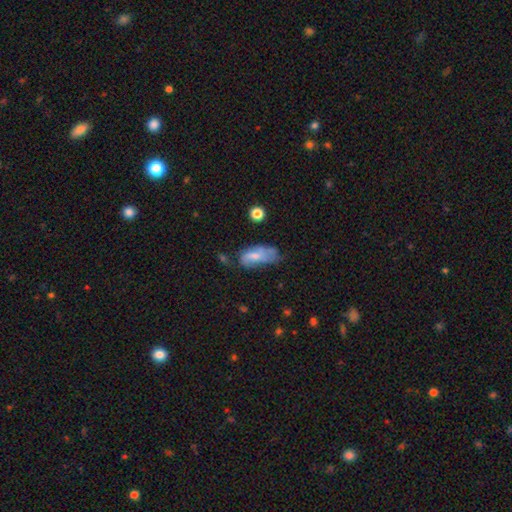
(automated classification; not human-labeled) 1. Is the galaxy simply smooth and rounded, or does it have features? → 54% smooth, 37% featured or disk, 9% star or artifact.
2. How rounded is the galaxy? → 87% in between, 9% cigar-shaped, 4% round.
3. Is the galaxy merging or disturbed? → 33% minor disturbance, 32% none, 28% major disturbance, 7% merger.